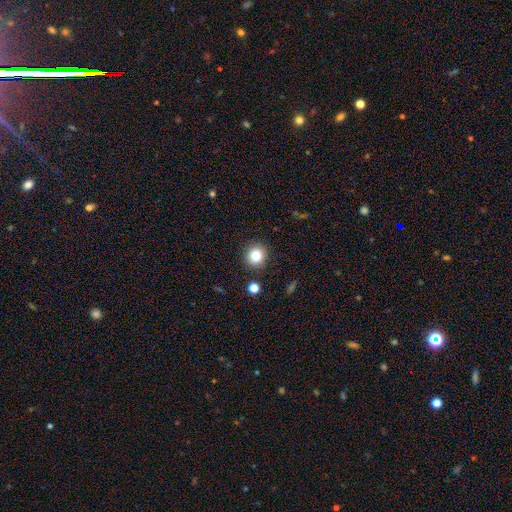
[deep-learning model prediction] Q: Smooth or featured?
A: smooth (81%); runner-up: star or artifact (12%)
Q: How rounded?
A: round (87%); runner-up: in between (12%)
Q: Merging?
A: none (89%); runner-up: minor disturbance (7%)